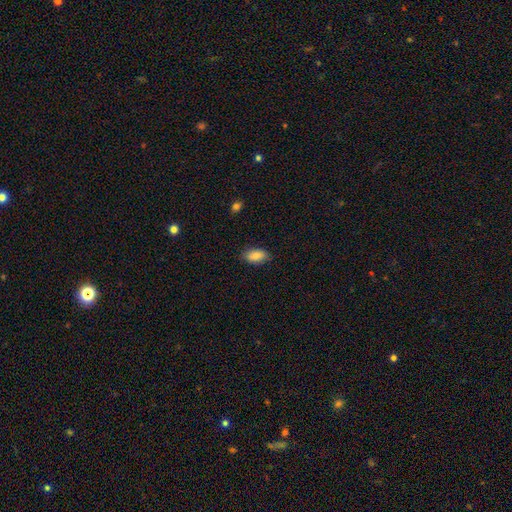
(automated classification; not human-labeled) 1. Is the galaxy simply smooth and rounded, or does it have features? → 87% smooth, 7% star or artifact, 6% featured or disk.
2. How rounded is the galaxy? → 93% in between, 4% cigar-shaped, 3% round.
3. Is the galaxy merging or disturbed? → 84% none, 12% minor disturbance, 2% major disturbance, 1% merger.